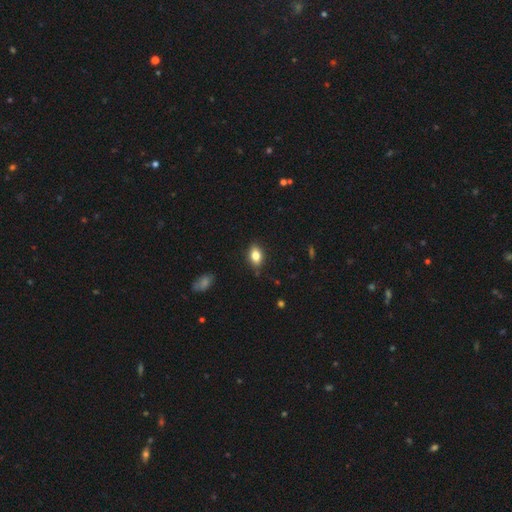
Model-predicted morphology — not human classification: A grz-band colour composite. It shows a smooth galaxy with no disk features (80%) that is in between round and cigar-shaped (84%). Merging: none (83%).